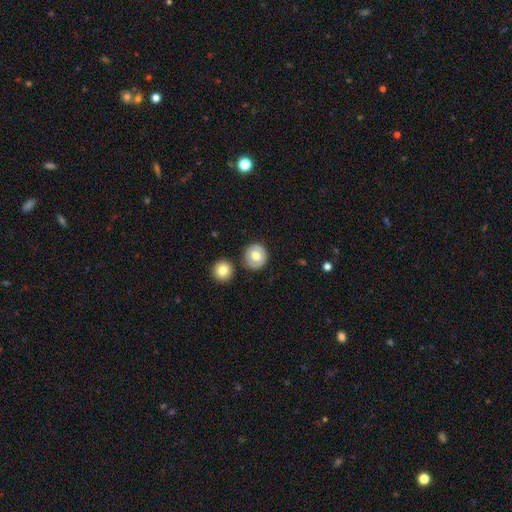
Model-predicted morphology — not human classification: This appears to be a smooth galaxy with no disk features (69%) that is round (90%). Merging: none (83%).